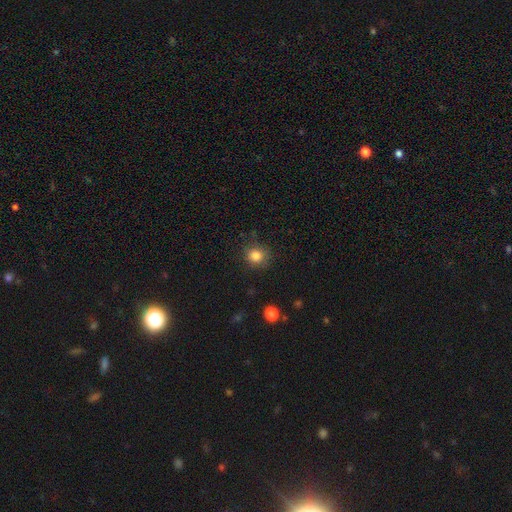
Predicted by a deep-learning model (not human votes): Smooth or featured? smooth (83%)
How rounded? round (88%)
Merging? none (84%)